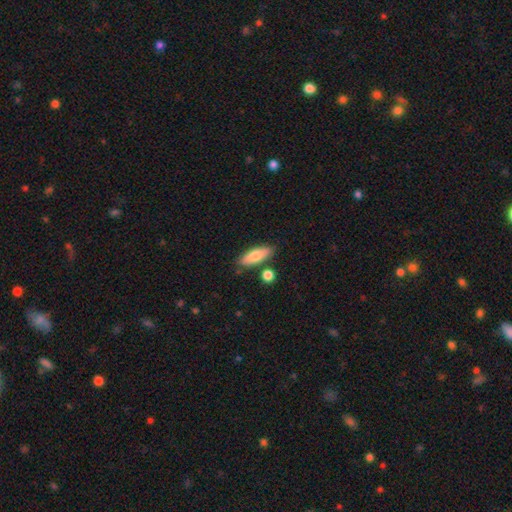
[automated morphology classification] The model was most divided on "how rounded": in between: 60%, cigar-shaped: 37%, round: 3%. More confident: merging — none (79%); smooth or featured — smooth (76%).